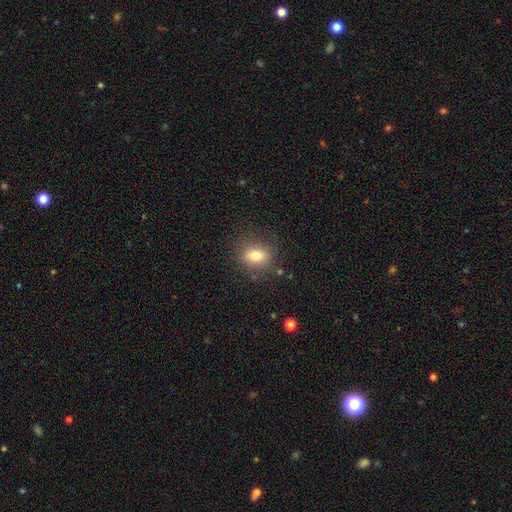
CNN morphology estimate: smooth 78%, star or artifact 11%, featured or disk 11%. Down the decision tree: how rounded — in between (53%); merging — none (83%).